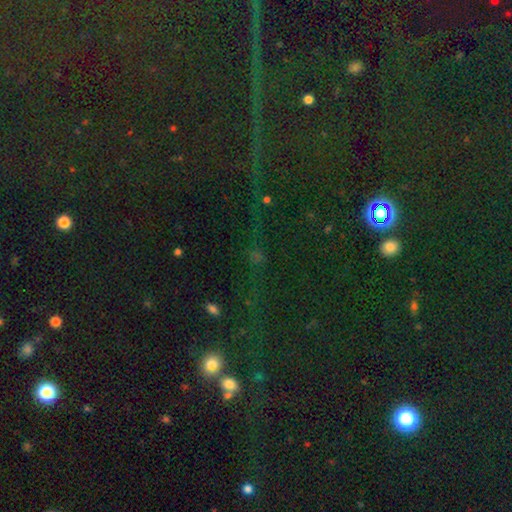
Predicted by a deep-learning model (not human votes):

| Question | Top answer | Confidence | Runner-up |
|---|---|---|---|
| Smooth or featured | star or artifact | 75% | smooth (16%) |